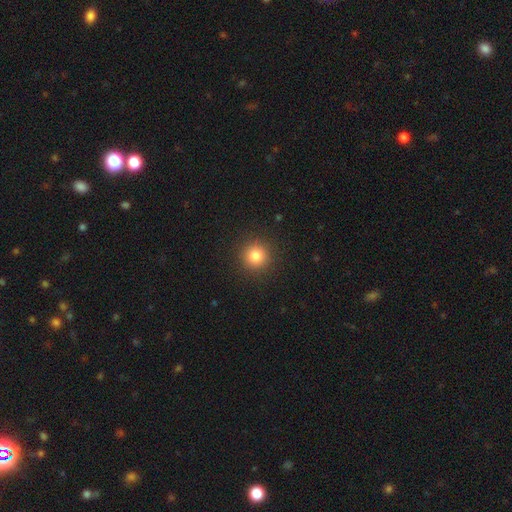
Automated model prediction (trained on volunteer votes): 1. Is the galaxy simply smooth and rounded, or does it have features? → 82% smooth, 12% star or artifact, 6% featured or disk.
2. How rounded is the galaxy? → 95% round, 4% in between, 1% cigar-shaped.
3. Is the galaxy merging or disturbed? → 92% none, 5% minor disturbance, 2% major disturbance, 1% merger.